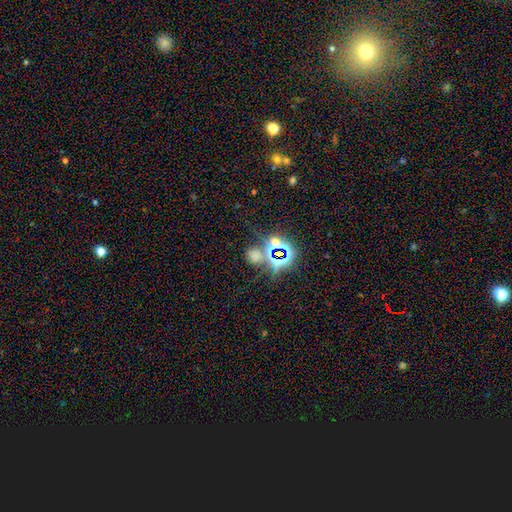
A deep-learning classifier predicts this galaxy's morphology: Overall: star or artifact (59%; smooth 33%).